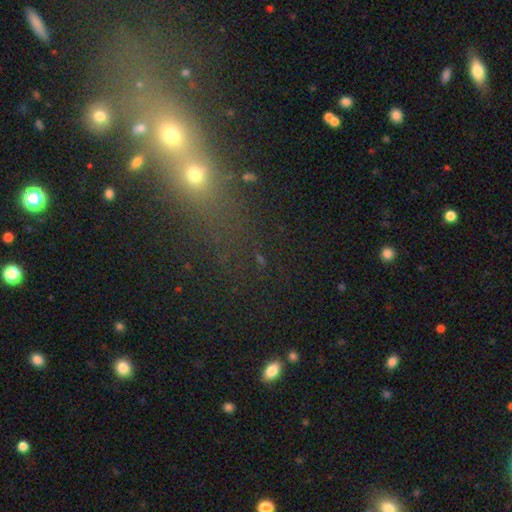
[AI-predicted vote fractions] The model was most divided on "smooth or featured": star or artifact: 47%, smooth: 33%, featured or disk: 20%.